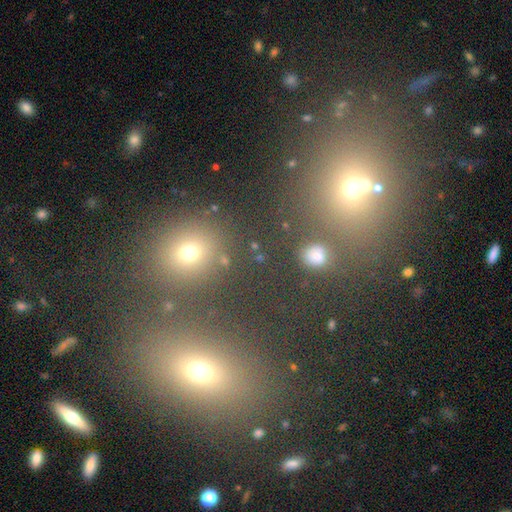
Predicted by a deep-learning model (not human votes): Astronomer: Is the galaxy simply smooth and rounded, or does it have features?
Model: smooth — 57% (runner-up: star or artifact, 33%).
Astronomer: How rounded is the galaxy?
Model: round — 64%.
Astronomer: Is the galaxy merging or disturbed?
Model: none — 72%.